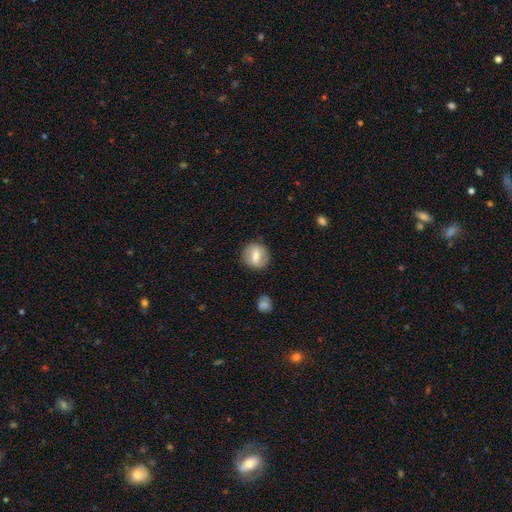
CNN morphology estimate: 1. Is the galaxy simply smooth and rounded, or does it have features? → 59% smooth, 34% featured or disk, 7% star or artifact.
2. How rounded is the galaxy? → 74% round, 24% in between, 2% cigar-shaped.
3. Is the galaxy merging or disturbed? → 85% none, 10% minor disturbance, 3% major disturbance, 2% merger.